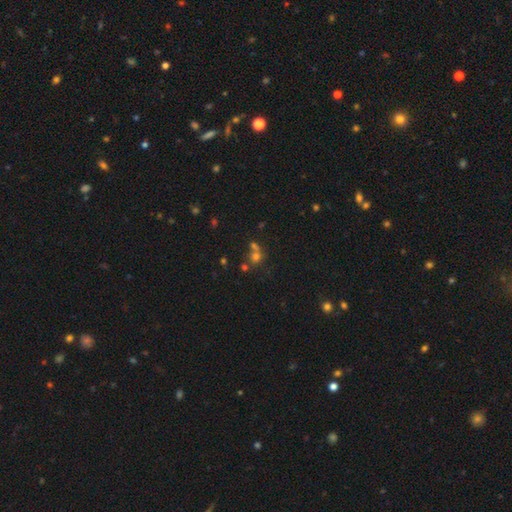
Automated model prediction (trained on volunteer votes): Smooth or featured: smooth — 53% (star or artifact — 30%)
How rounded: round — 82% (in between — 16%)
Merging: merger — 44% (none — 43%)